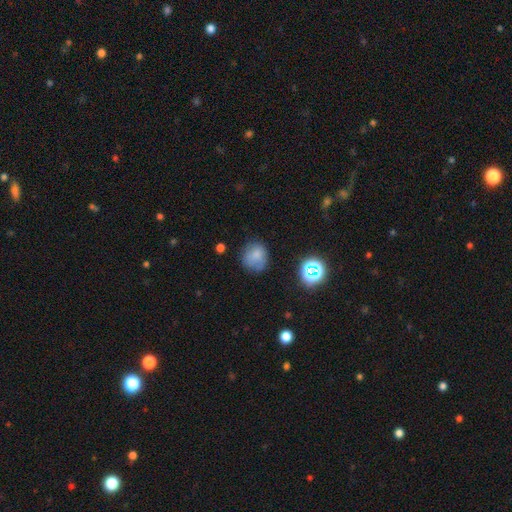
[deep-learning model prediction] A smooth galaxy with no disk features (76%) that is round (78%).

Vote fractions:
- Smooth or featured? smooth: 76% / star or artifact: 14% / featured or disk: 10%
- How rounded? round: 78% / in between: 21% / cigar-shaped: 1%
- Merging? none: 66% / minor disturbance: 23% / major disturbance: 7% / merger: 3%